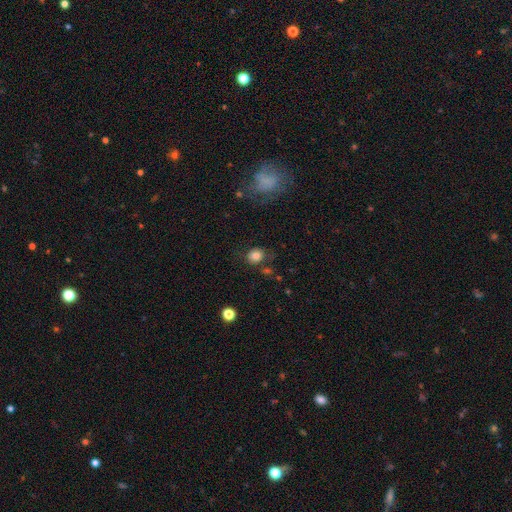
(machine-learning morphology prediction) smooth-or-featured: smooth: 81% | star or artifact: 11% | featured or disk: 7%
  how-rounded: round: 70% | in between: 29% | cigar-shaped: 1%
  merging: none: 72% | minor disturbance: 16% | major disturbance: 6% | merger: 6%